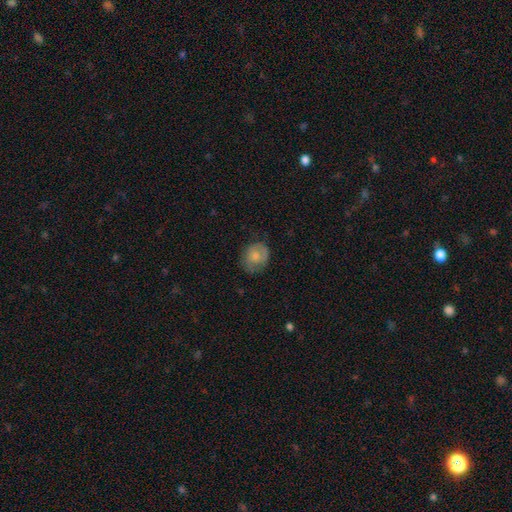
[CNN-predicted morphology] A smooth galaxy with no disk features (68%) that is round (62%). Merging: none (67%).